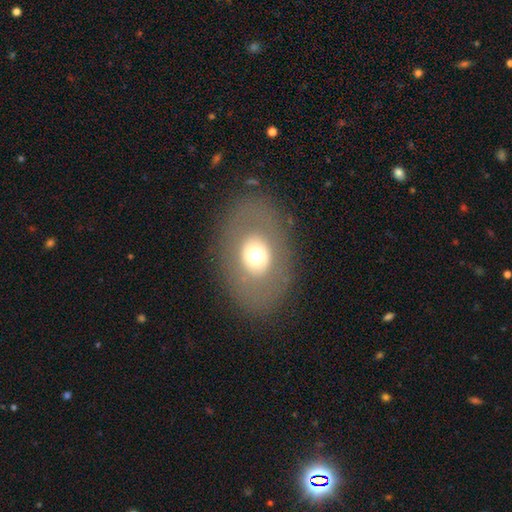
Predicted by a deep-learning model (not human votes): Morphology: type=smooth (55%); roundness=in between (67%); merging=none (81%).